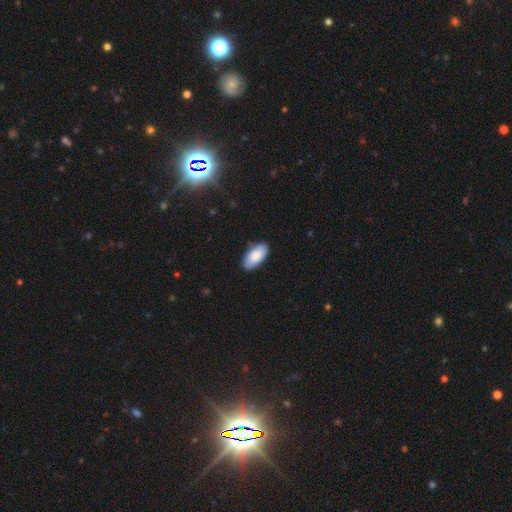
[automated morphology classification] Smooth or featured? smooth (85%)
How rounded? in between (94%)
Merging? none (85%)